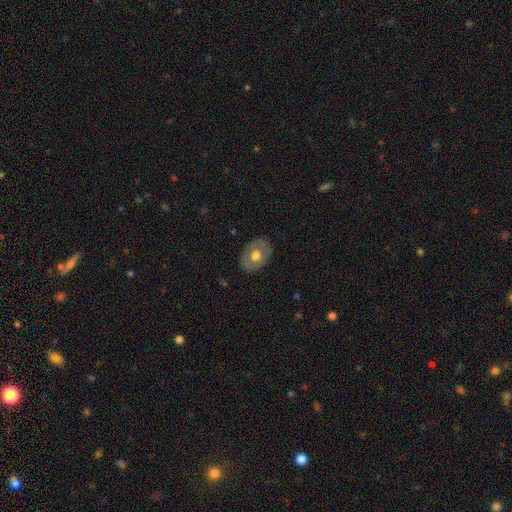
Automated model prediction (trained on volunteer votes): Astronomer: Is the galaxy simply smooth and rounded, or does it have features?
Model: smooth — 53% (runner-up: featured or disk, 41%).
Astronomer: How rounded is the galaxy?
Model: in between — 72%.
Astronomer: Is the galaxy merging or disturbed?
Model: none — 82%.